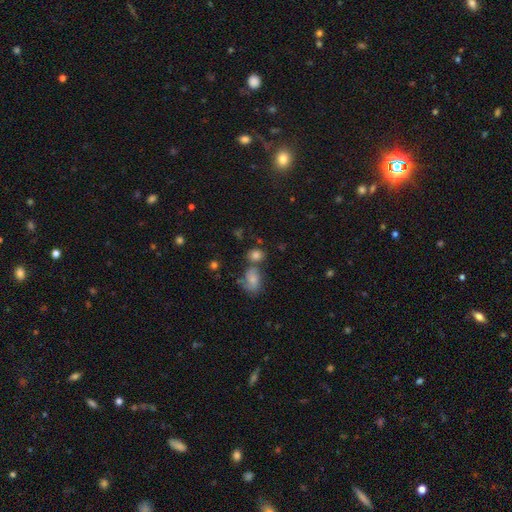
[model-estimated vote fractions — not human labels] A smooth galaxy with no disk features (71%) that is round (57%). Merging: none (53%).